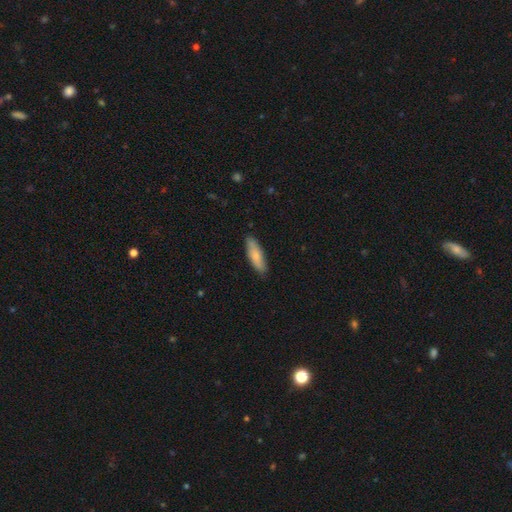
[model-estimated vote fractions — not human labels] Smooth or featured: smooth — 77% (featured or disk — 18%)
How rounded: cigar-shaped — 50% (in between — 49%)
Merging: none — 86% (minor disturbance — 11%)